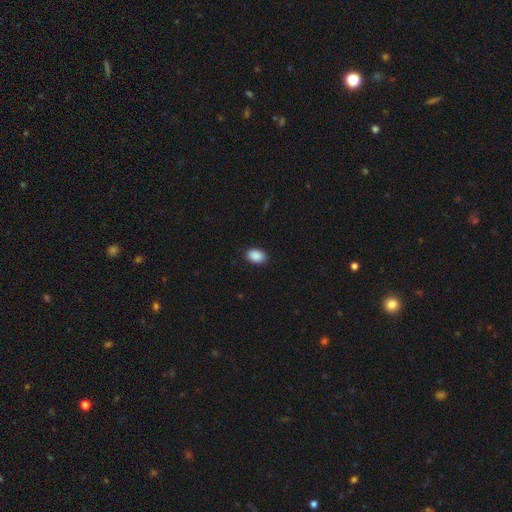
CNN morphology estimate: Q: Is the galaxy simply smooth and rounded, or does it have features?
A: smooth — 90%.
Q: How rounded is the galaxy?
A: in between — 86%.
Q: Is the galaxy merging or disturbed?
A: none — 89%.